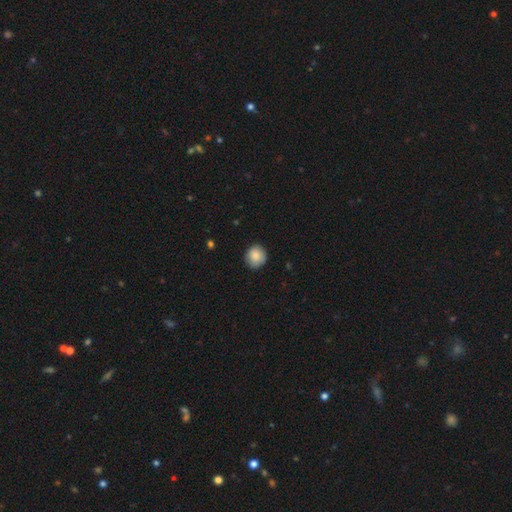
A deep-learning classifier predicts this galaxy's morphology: Overall: smooth (87%). How rounded: round (87%). Merging: none (84%).